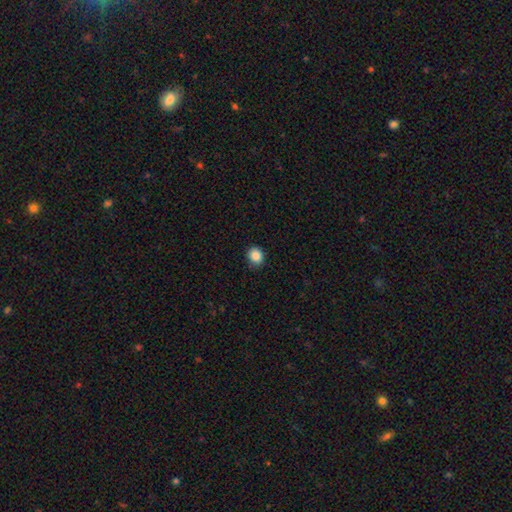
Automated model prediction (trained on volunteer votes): A smooth galaxy with no disk features (88%) that is round (75%). Merging: none (88%).